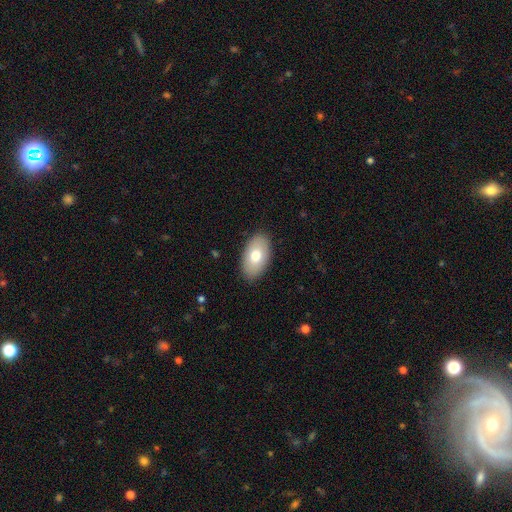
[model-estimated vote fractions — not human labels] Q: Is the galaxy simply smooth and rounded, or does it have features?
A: smooth — 74%.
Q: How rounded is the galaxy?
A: in between — 94%.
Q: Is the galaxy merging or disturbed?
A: none — 88%.